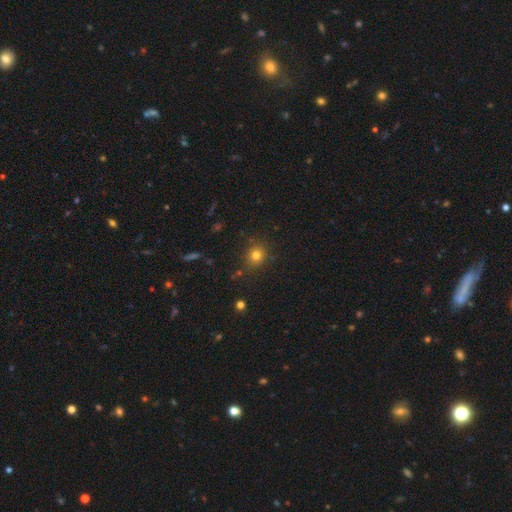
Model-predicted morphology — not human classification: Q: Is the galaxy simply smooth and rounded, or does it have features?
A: smooth — 78%.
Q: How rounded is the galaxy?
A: round — 84%.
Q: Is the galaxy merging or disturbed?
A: none — 83%.